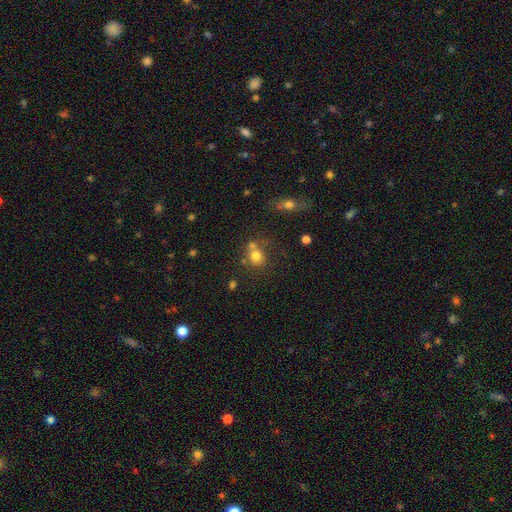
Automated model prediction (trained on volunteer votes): smooth_or_featured: smooth (p=0.75) [alt: star or artifact p=0.14]
how_rounded: round (p=0.81) [alt: in between p=0.18]
merging: none (p=0.51) [alt: merger p=0.30]